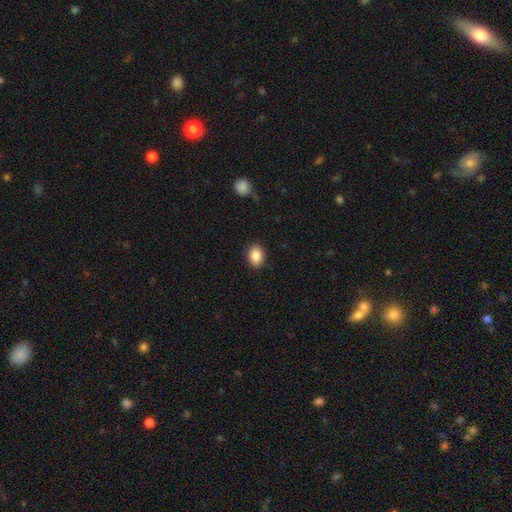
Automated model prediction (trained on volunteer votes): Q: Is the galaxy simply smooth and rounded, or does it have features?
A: smooth — 88%.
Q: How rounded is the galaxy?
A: in between — 72%.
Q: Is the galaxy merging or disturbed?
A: none — 88%.